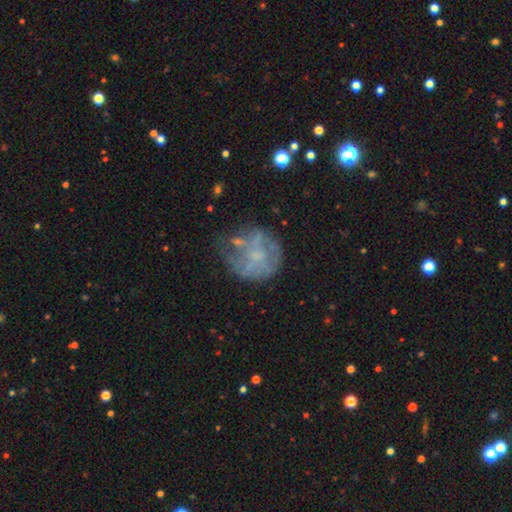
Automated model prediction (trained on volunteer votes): Smooth or featured? featured or disk (55%)
Edge-on disk? no (98%)
Bar? no (83%)
Spiral arms? no (72%)
Bulge size? none (51%)
Merging? none (49%)